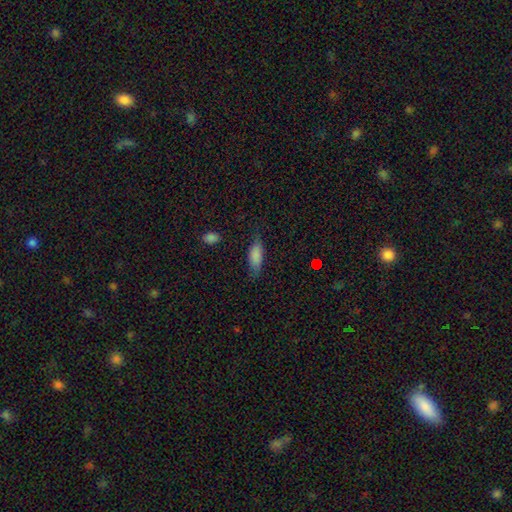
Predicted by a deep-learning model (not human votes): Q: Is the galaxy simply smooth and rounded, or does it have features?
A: smooth — 80%.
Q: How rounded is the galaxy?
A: in between — 72%.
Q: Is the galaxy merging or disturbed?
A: none — 69%.